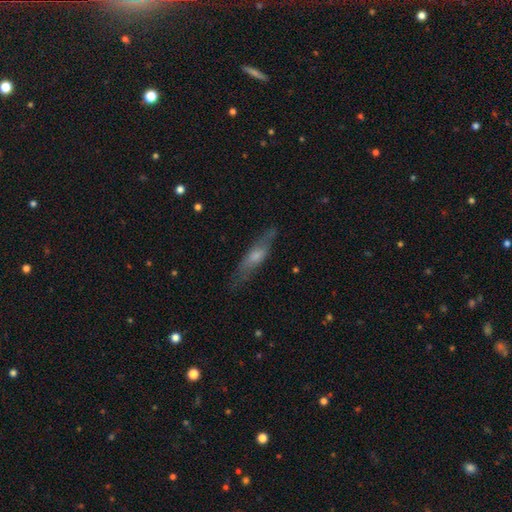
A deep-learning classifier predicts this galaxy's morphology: smooth-or-featured: featured or disk: 53% | smooth: 39% | star or artifact: 9%
  disk-edge-on: yes: 73% | no: 27%
  merging: none: 77% | minor disturbance: 17% | major disturbance: 5% | merger: 2%